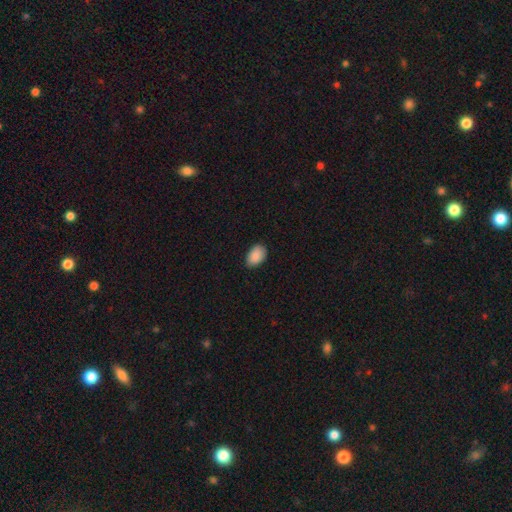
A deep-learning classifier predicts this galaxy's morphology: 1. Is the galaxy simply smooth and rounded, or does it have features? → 90% smooth, 7% star or artifact, 3% featured or disk.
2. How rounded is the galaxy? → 90% in between, 9% round, 1% cigar-shaped.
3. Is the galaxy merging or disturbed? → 83% none, 14% minor disturbance, 2% major disturbance, 1% merger.